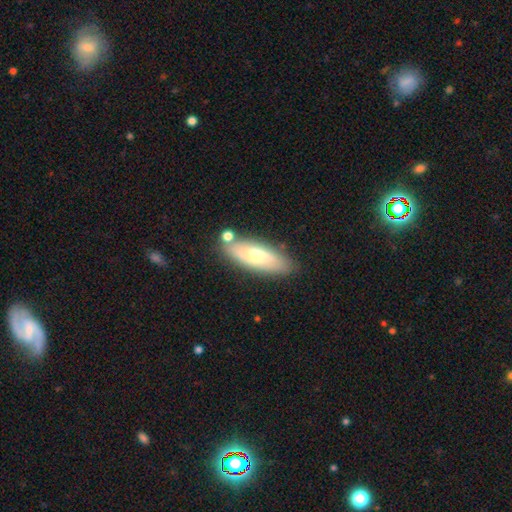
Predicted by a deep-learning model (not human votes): This appears to be a smooth galaxy with no disk features (57%) that is in between round and cigar-shaped (60%). Merging: none (75%).